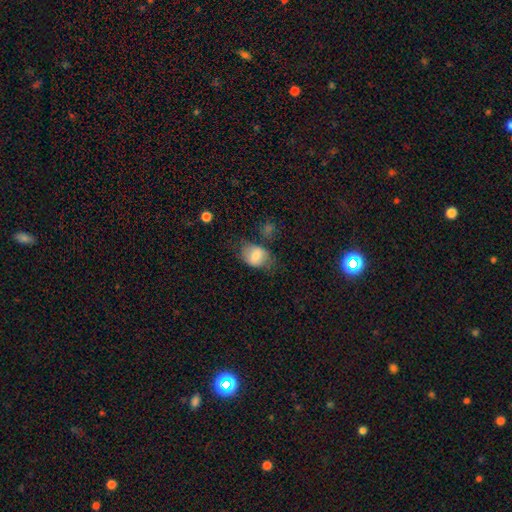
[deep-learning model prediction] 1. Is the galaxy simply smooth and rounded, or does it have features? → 74% smooth, 18% featured or disk, 8% star or artifact.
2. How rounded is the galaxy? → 74% in between, 24% round, 1% cigar-shaped.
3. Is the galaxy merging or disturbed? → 56% none, 26% minor disturbance, 11% major disturbance, 6% merger.